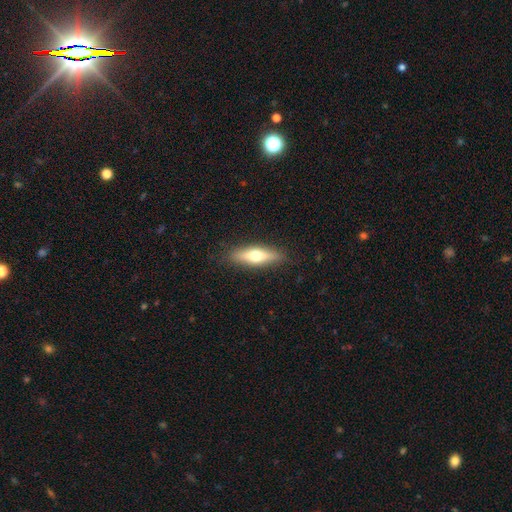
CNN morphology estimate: Overall: smooth (54%; featured or disk 40%). How rounded: cigar-shaped (58%; in between 39%). Merging: none (87%).